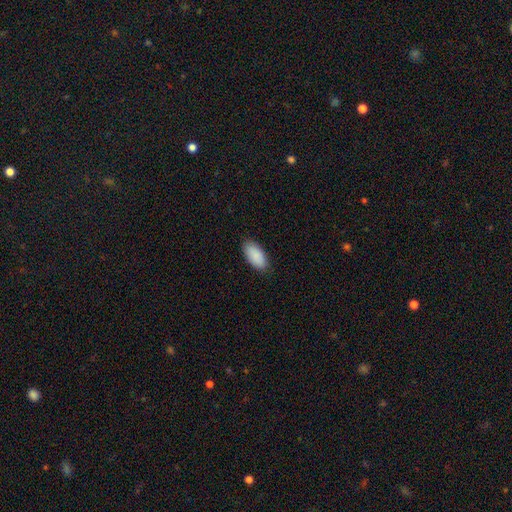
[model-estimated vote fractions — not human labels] A smooth galaxy with no disk features (91%) that is in between round and cigar-shaped (94%). Merging: none (86%).